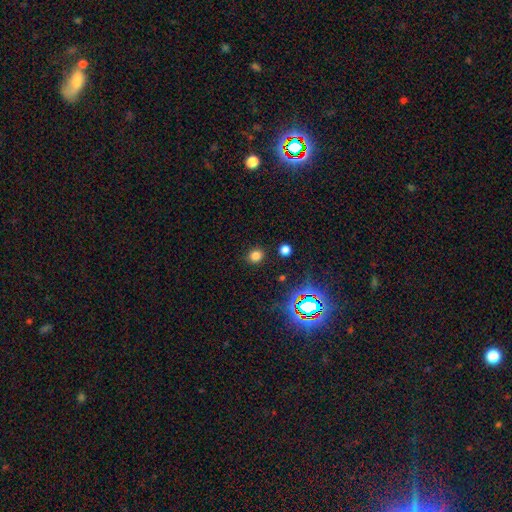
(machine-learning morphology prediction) smooth 76%, star or artifact 18%, featured or disk 5%. Down the decision tree: how rounded — round (73%); merging — none (87%).